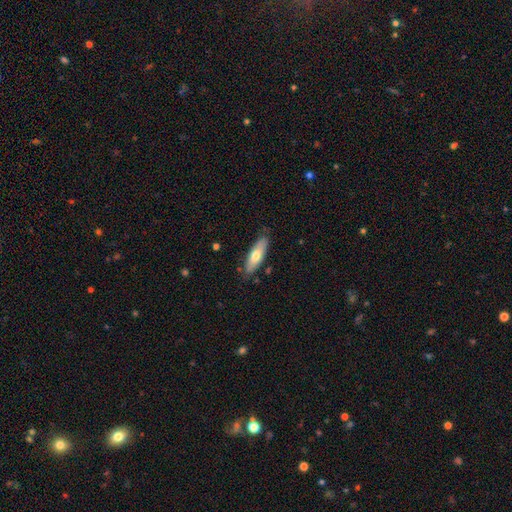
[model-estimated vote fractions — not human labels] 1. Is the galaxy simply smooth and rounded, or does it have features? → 66% smooth, 29% featured or disk, 6% star or artifact.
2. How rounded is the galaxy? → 56% in between, 42% cigar-shaped, 2% round.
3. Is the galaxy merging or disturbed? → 81% none, 15% minor disturbance, 3% major disturbance, 2% merger.